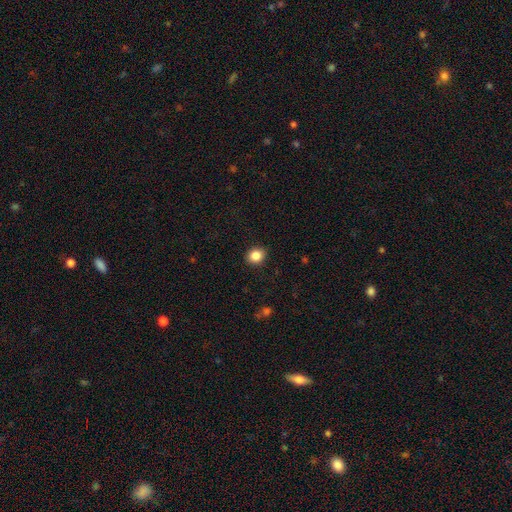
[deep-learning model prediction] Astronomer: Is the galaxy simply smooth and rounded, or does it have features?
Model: smooth — 86%.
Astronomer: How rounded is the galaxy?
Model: round — 72%.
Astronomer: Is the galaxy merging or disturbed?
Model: none — 90%.